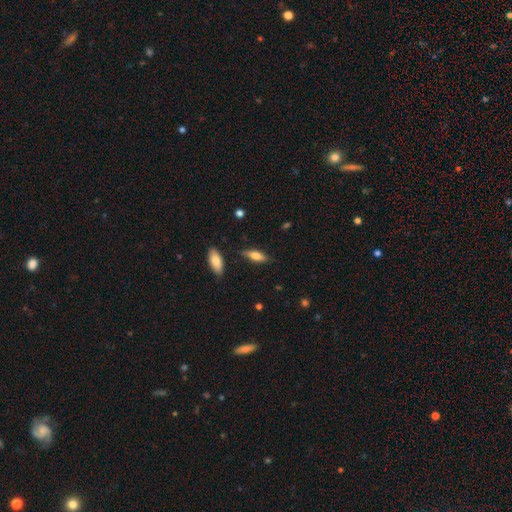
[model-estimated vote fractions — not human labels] Q: Smooth or featured?
A: smooth (70%); runner-up: featured or disk (23%)
Q: How rounded?
A: in between (61%); runner-up: cigar-shaped (37%)
Q: Merging?
A: none (80%); runner-up: minor disturbance (14%)